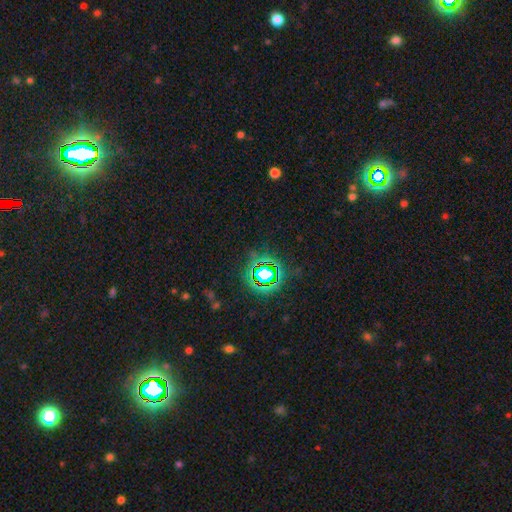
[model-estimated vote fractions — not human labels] This appears to be a star or artifact, not a galaxy (78%).